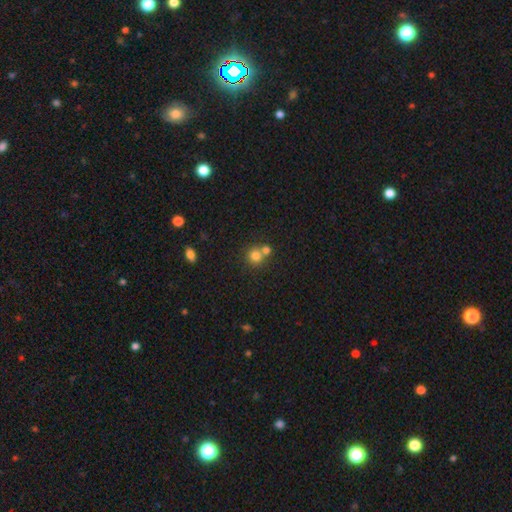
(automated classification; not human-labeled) smooth 78%, star or artifact 13%, featured or disk 9%. Down the decision tree: how rounded — round (88%); merging — none (50%).